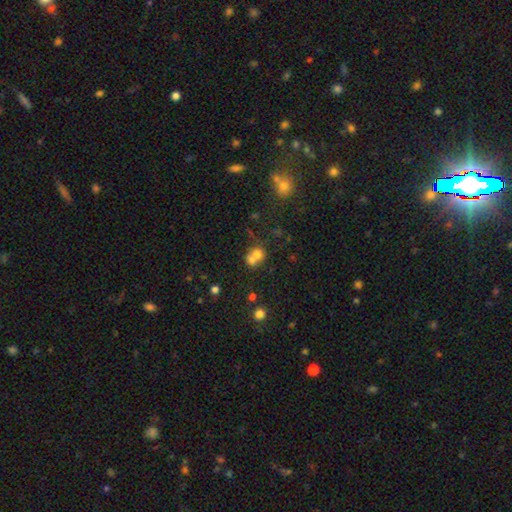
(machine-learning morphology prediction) Smooth or featured: smooth — 68% (featured or disk — 17%)
How rounded: round — 75% (in between — 24%)
Merging: merger — 60% (none — 29%)